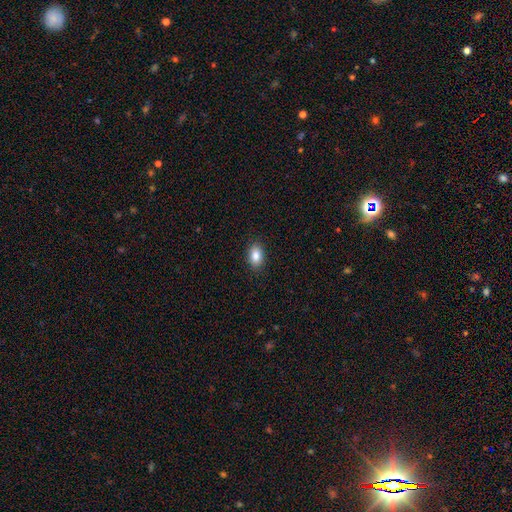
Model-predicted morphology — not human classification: Smooth or featured: smooth — 85% (star or artifact — 8%)
How rounded: in between — 85% (round — 14%)
Merging: none — 89% (minor disturbance — 8%)